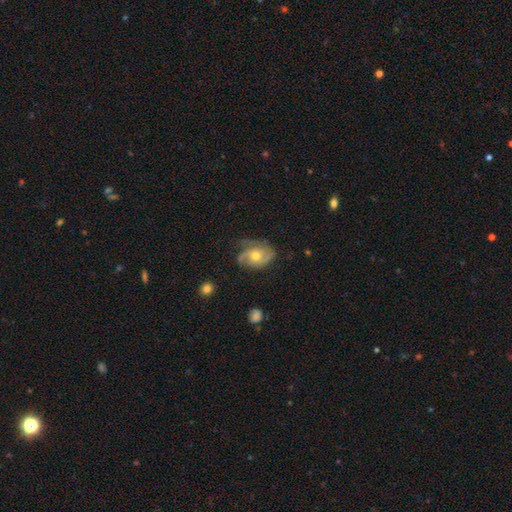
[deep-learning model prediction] Overall: featured or disk (70%). Edge-on disk: no (96%). Bar: no (78%). Spiral arms: yes (88%). Spiral arm count: 2 (45%; can't tell 19%). Spiral winding: medium (40%; tight 37%). Bulge size: moderate (72%). Merging: none (53%; minor disturbance 29%).